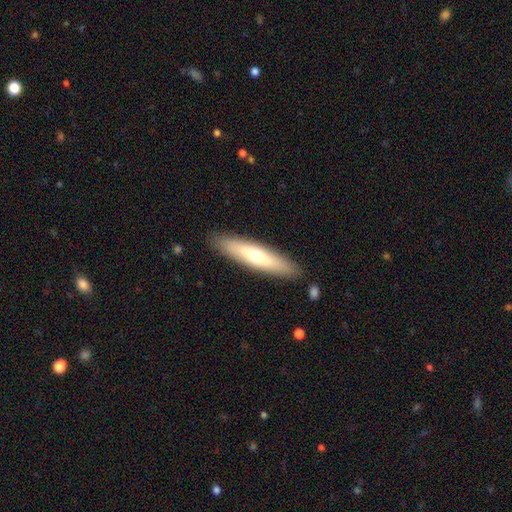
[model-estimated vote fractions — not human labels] This is possibly a smooth galaxy (55%). How rounded: likely cigar-shaped (78%). Merging: clearly none (88%).